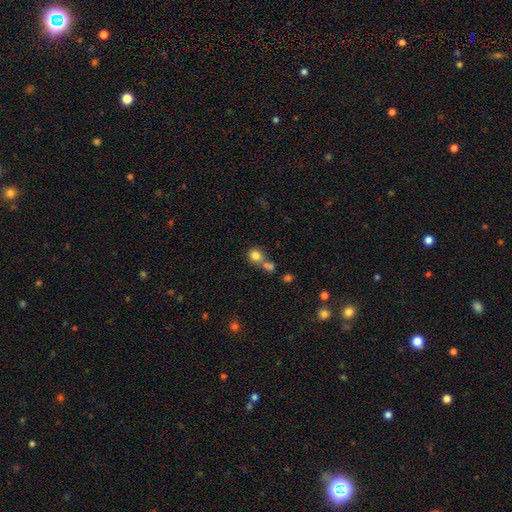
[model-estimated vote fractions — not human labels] A smooth galaxy with no disk features (79%) that is round (86%). Merging: none (49%).